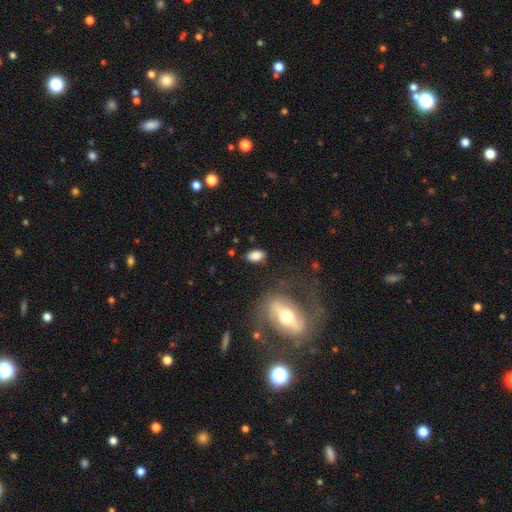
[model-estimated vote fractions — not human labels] This is clearly a smooth galaxy (82%). How rounded: clearly in between (90%). Merging: clearly none (83%).